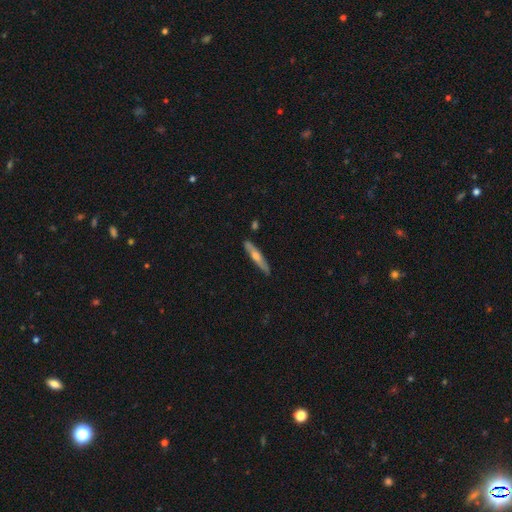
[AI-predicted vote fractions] smooth_or_featured: featured or disk (p=0.52) [alt: smooth p=0.42]
disk_edge_on: yes (p=0.90) [alt: no p=0.10]
merging: none (p=0.86) [alt: minor disturbance p=0.11]